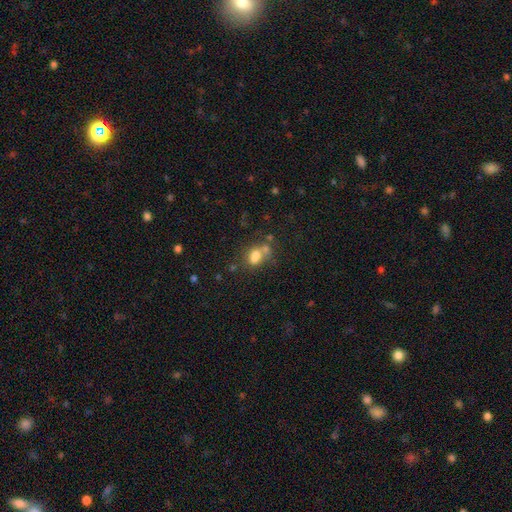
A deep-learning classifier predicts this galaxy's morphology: This appears to be a smooth galaxy with no disk features (70%) that is in between round and cigar-shaped (64%). Merging: merger (44%).